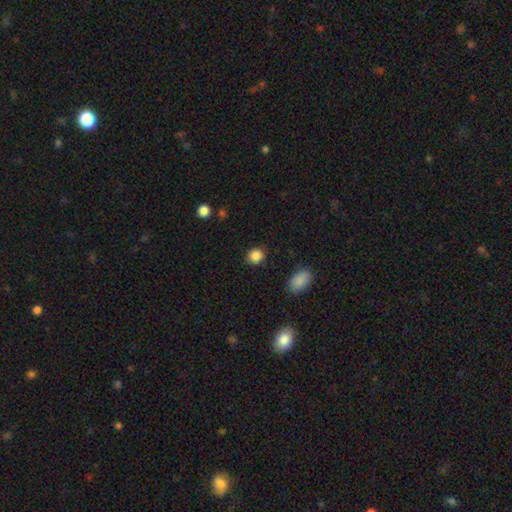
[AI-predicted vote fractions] This appears to be a smooth galaxy with no disk features (87%) that is round (81%). Merging: none (88%).